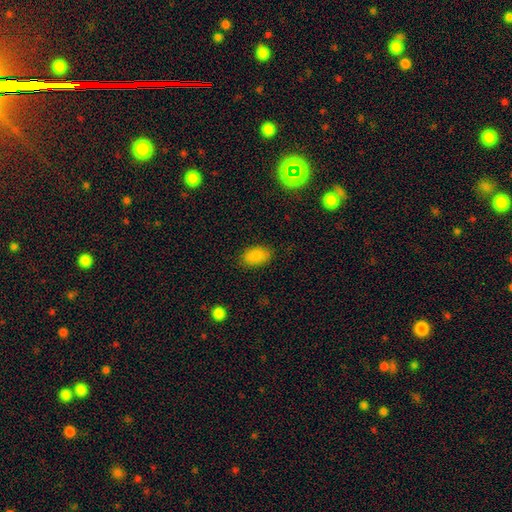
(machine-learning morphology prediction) This is clearly a smooth galaxy (87%). How rounded: clearly in between (91%). Merging: clearly none (86%).